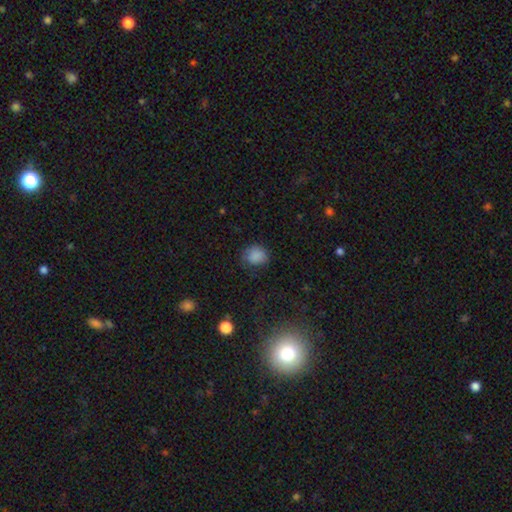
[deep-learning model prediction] The model was most divided on "merging": none: 70%, minor disturbance: 21%, major disturbance: 7%, merger: 1%. More confident: smooth or featured — smooth (85%); how rounded — round (76%).